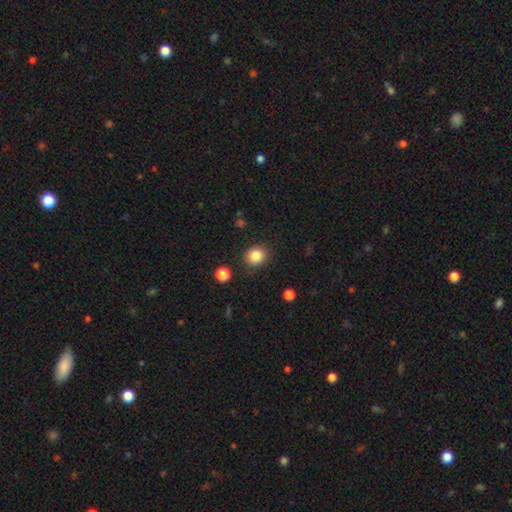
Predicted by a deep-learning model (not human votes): Overall: smooth (85%). How rounded: round (78%). Merging: none (85%).